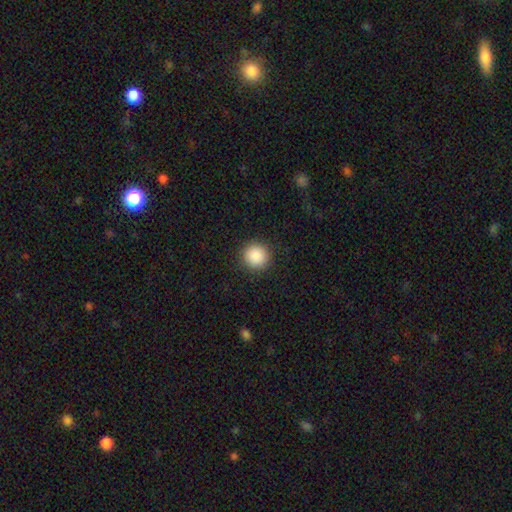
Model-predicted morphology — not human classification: smooth 89%, star or artifact 8%, featured or disk 3%. Down the decision tree: how rounded — round (94%); merging — none (91%).